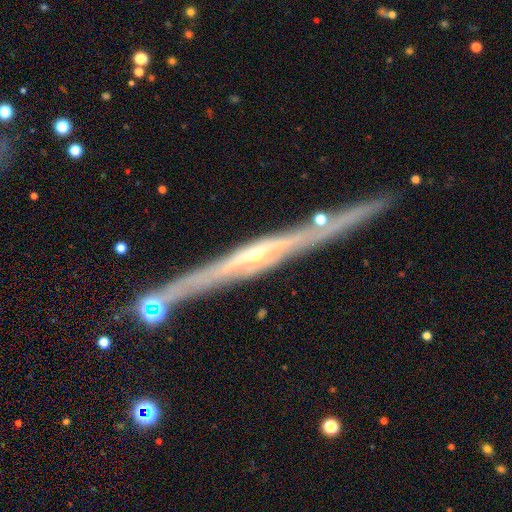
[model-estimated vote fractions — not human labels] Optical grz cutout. It shows a featured or disk galaxy (80%) viewed edge-on (96%) with a rounded central bulge (54%). Merging: none (82%).